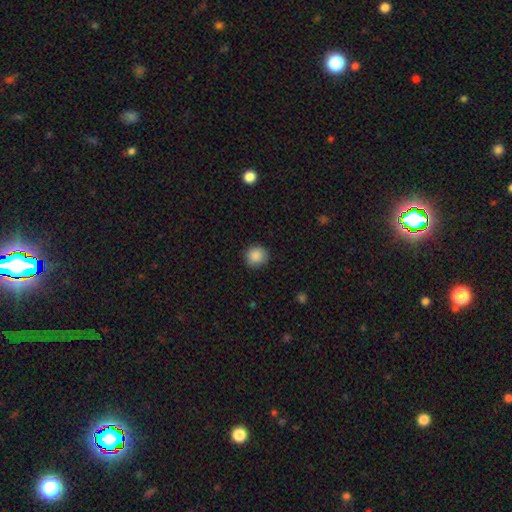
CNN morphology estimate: Smooth or featured? smooth (88%)
How rounded? round (90%)
Merging? none (87%)